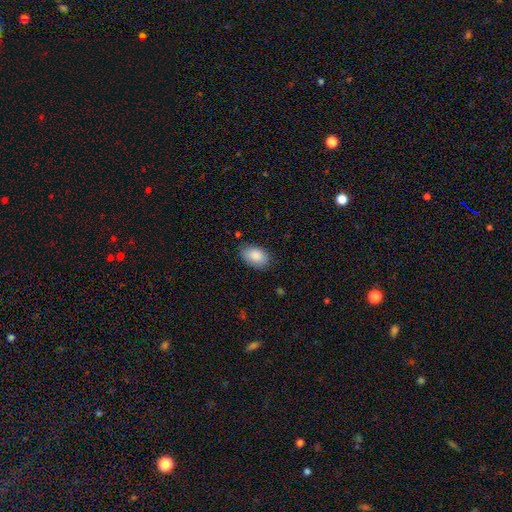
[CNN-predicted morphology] A smooth galaxy with no disk features (87%) that is in between round and cigar-shaped (89%).

Vote fractions:
- Smooth or featured? smooth: 87% / star or artifact: 6% / featured or disk: 6%
- How rounded? in between: 89% / round: 10% / cigar-shaped: 1%
- Merging? none: 80% / minor disturbance: 15% / major disturbance: 3% / merger: 1%